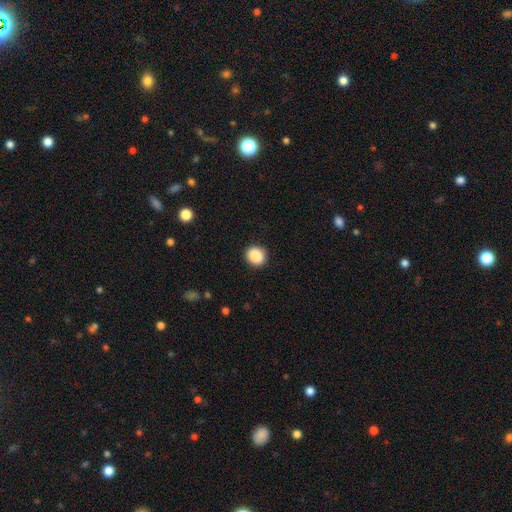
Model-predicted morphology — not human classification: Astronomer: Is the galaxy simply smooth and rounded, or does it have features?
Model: smooth — 89%.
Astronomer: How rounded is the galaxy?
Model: round — 83%.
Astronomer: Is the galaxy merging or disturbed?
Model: none — 91%.